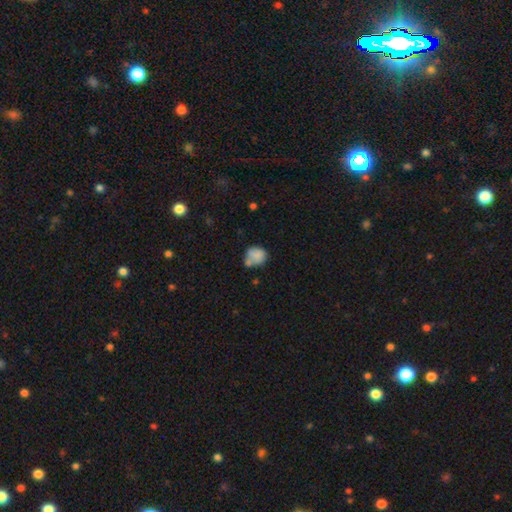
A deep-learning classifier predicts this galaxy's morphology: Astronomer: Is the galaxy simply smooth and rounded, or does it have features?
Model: smooth — 80%.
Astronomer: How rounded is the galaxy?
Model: round — 69%.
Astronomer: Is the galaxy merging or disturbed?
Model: none — 46% (runner-up: merger, 24%).